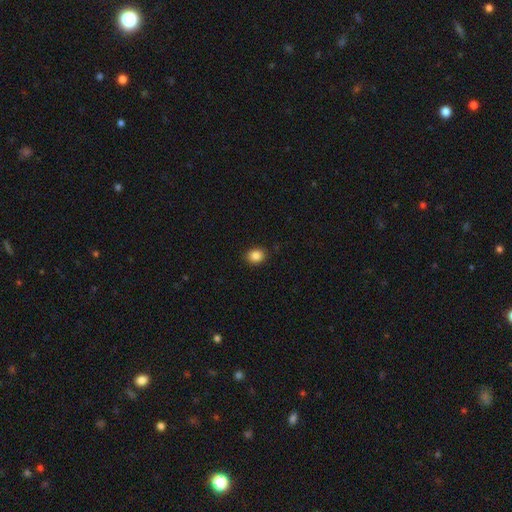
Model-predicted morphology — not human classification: A smooth galaxy with no disk features (87%) that is round (55%). Merging: none (89%).